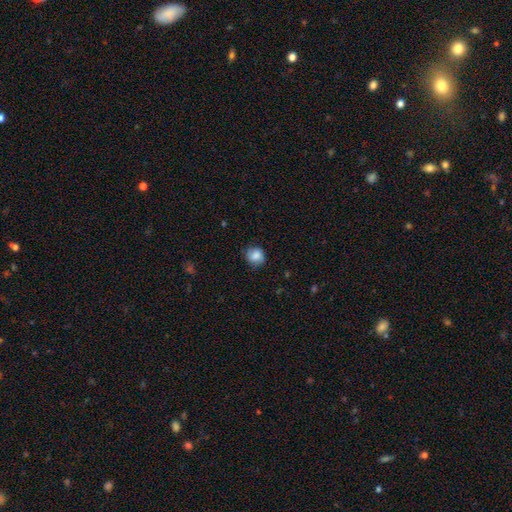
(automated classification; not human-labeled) smooth 75%, featured or disk 16%, star or artifact 9%. Down the decision tree: how rounded — round (77%); merging — none (74%).